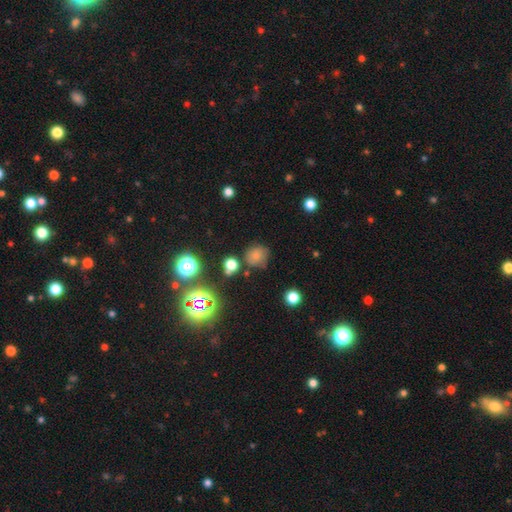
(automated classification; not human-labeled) Smooth or featured?
  - smooth: 69% *
  - star or artifact: 21%
  - featured or disk: 10%
How rounded?
  - round: 82% *
  - in between: 17%
  - cigar-shaped: 1%
Merging?
  - none: 66% *
  - minor disturbance: 21%
  - major disturbance: 7%
  - merger: 6%